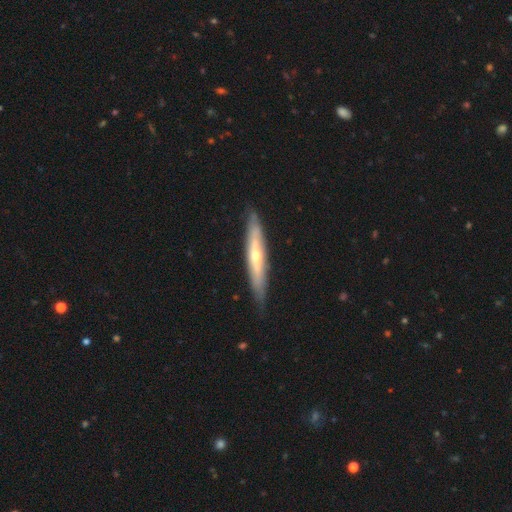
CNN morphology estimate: type=featured or disk (64%); edge-on=yes (84%); edge-on bulge=rounded (78%); merging=none (87%).